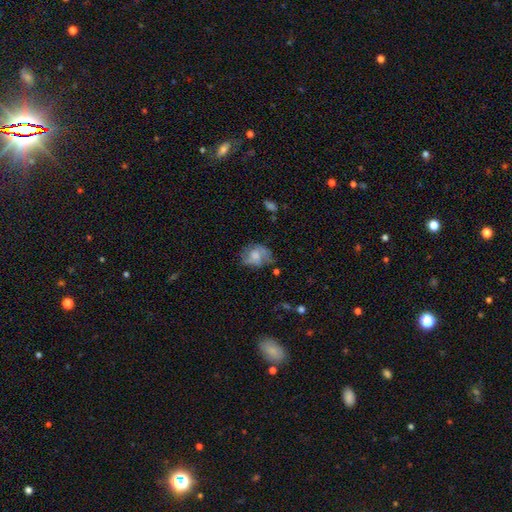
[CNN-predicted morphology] smooth_or_featured: smooth (p=0.51) [alt: featured or disk p=0.41]
how_rounded: in between (p=0.57) [alt: round p=0.41]
merging: none (p=0.50) [alt: minor disturbance p=0.29]